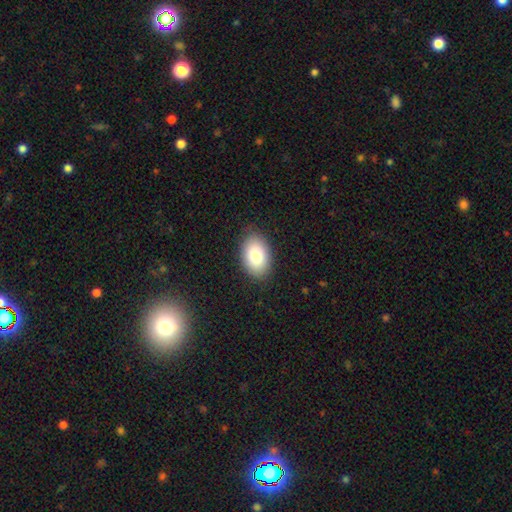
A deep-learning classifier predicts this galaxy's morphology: Smooth or featured?
  - smooth: 81% *
  - featured or disk: 11%
  - star or artifact: 8%
How rounded?
  - in between: 89% *
  - round: 10%
  - cigar-shaped: 1%
Merging?
  - none: 86% *
  - minor disturbance: 11%
  - major disturbance: 3%
  - merger: 1%